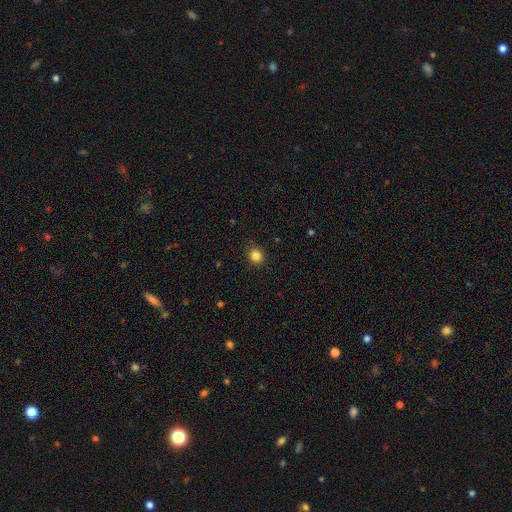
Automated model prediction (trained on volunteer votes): Smooth or featured? smooth (84%)
How rounded? round (80%)
Merging? none (83%)